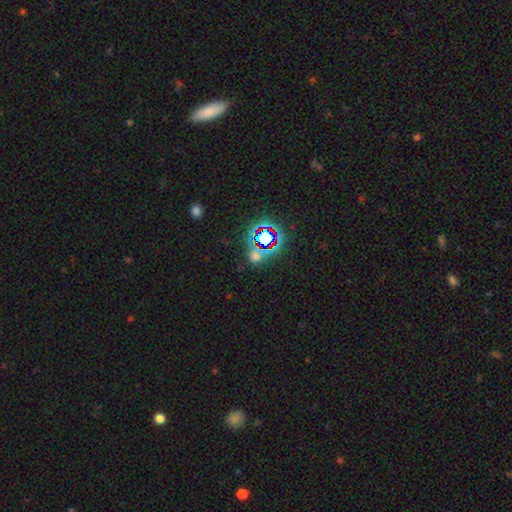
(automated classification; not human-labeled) Morphology: type=star or artifact (55%).